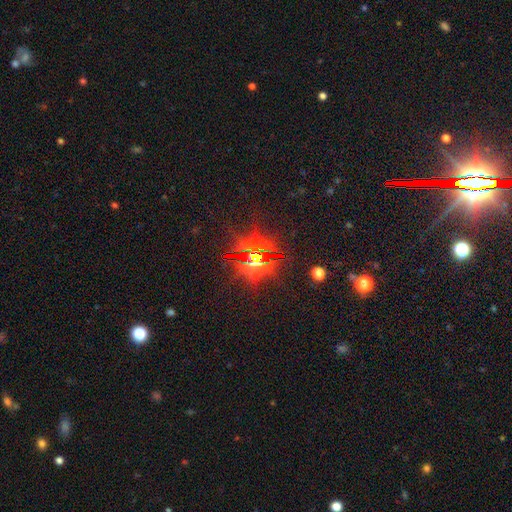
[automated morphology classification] Overall: star or artifact (80%).